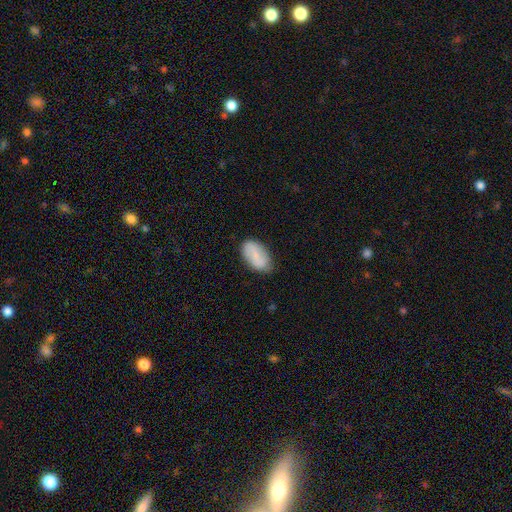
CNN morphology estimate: A smooth galaxy with no disk features (71%) that is in between round and cigar-shaped (94%).

Vote fractions:
- Smooth or featured? smooth: 71% / featured or disk: 23% / star or artifact: 7%
- How rounded? in between: 94% / round: 4% / cigar-shaped: 2%
- Merging? none: 80% / minor disturbance: 16% / major disturbance: 3% / merger: 1%